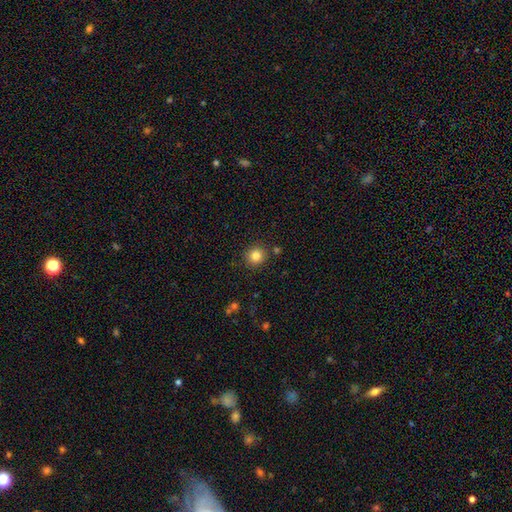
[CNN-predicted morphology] Q: Smooth or featured?
A: smooth (84%); runner-up: star or artifact (11%)
Q: How rounded?
A: round (92%); runner-up: in between (7%)
Q: Merging?
A: none (88%); runner-up: minor disturbance (7%)